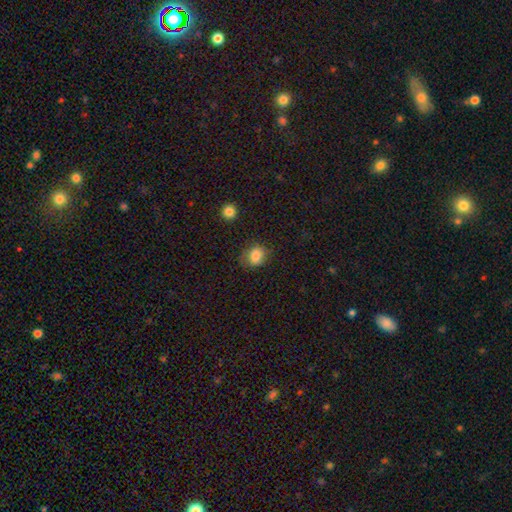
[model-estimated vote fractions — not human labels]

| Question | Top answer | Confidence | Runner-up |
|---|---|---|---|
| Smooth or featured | smooth | 83% | star or artifact (10%) |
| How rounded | round | 54% | in between (45%) |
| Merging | none | 70% | minor disturbance (21%) |